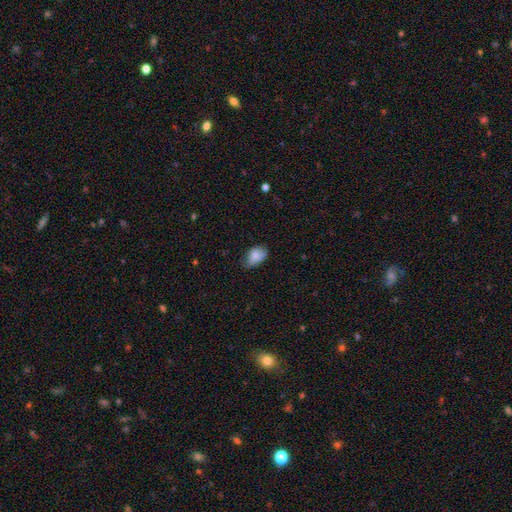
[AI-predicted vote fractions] Morphology: type=smooth (82%); roundness=in between (87%); merging=none (55%).